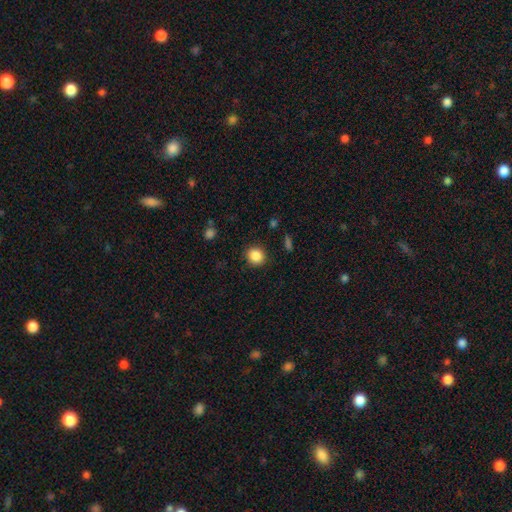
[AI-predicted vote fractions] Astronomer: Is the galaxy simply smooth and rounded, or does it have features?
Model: smooth — 86%.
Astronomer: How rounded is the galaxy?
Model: round — 85%.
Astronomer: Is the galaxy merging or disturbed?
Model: none — 89%.